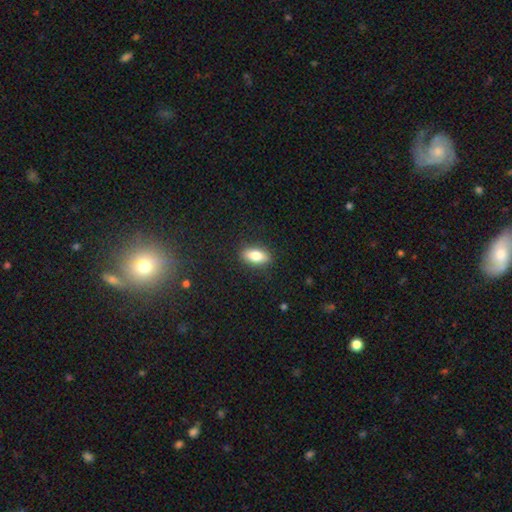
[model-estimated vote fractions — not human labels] smooth-or-featured: smooth: 80% | featured or disk: 12% | star or artifact: 7%
  how-rounded: in between: 85% | cigar-shaped: 11% | round: 4%
  merging: none: 88% | minor disturbance: 9% | major disturbance: 2% | merger: 1%